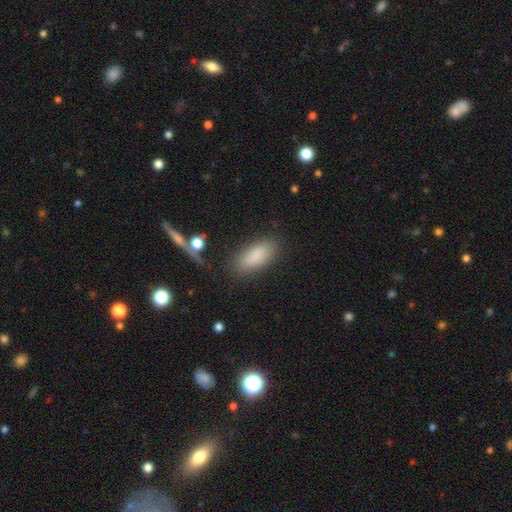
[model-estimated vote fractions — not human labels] Smooth or featured? Predicted: smooth (p=0.85). How rounded? Predicted: in between (p=0.78). Merging? Predicted: none (p=0.81).